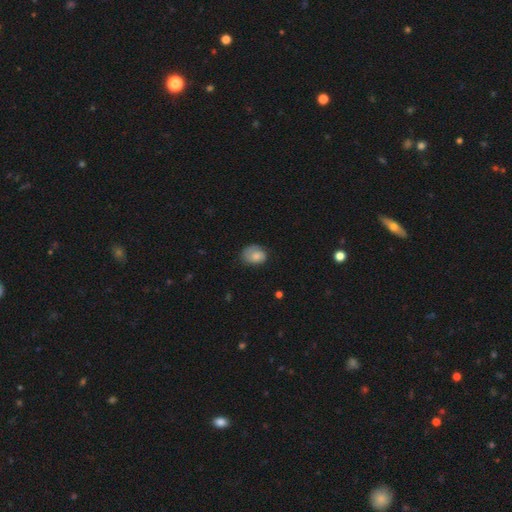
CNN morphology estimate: Smooth or featured: smooth — 69% (featured or disk — 23%)
How rounded: in between — 60% (round — 39%)
Merging: none — 58% (minor disturbance — 29%)